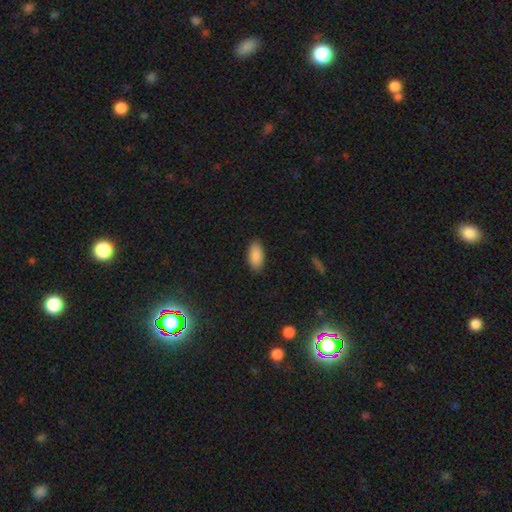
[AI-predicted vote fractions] Smooth or featured? Predicted: smooth (p=0.89). How rounded? Predicted: in between (p=0.94). Merging? Predicted: none (p=0.87).